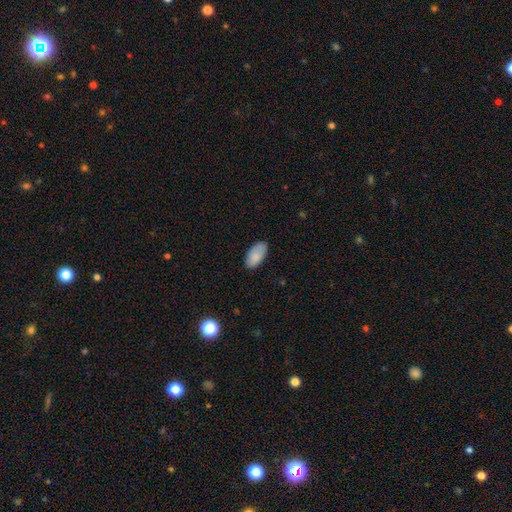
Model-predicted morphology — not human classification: type=smooth (87%); roundness=in between (94%); merging=none (80%).